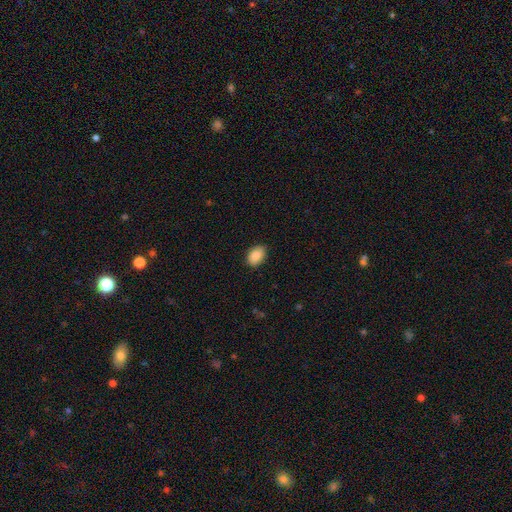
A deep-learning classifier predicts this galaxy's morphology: Smooth or featured? smooth (89%)
How rounded? in between (84%)
Merging? none (84%)